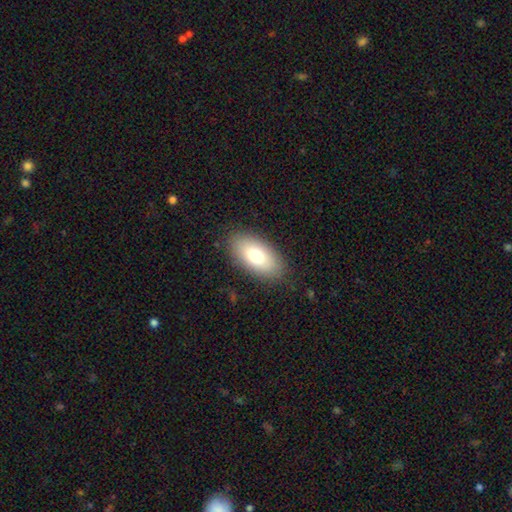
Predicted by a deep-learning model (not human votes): Morphology: type=smooth (76%); roundness=in between (93%); merging=none (86%).